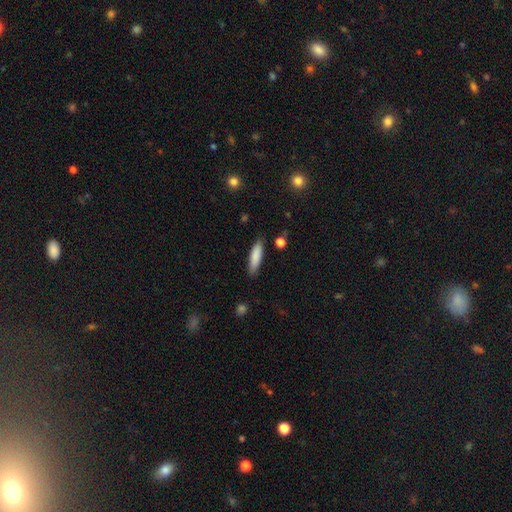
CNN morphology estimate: type=smooth (85%); roundness=cigar-shaped (64%); merging=none (84%).